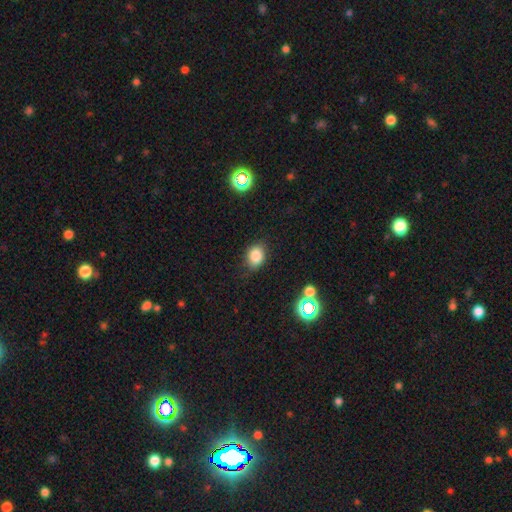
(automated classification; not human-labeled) This appears to be a smooth galaxy with no disk features (83%) that is in between round and cigar-shaped (64%). Merging: none (79%).